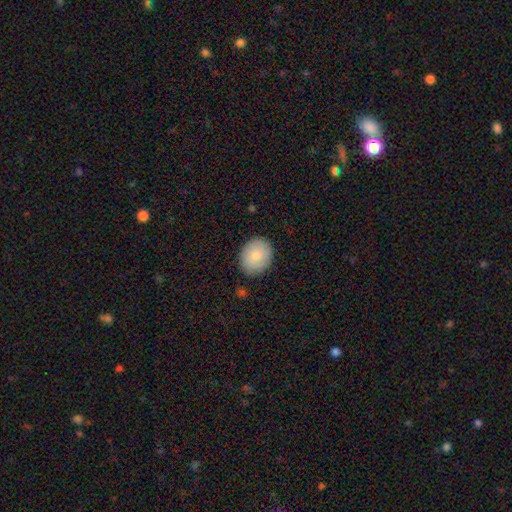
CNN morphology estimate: Smooth or featured: smooth — 83% (featured or disk — 10%)
How rounded: round — 54% (in between — 45%)
Merging: none — 85% (minor disturbance — 11%)